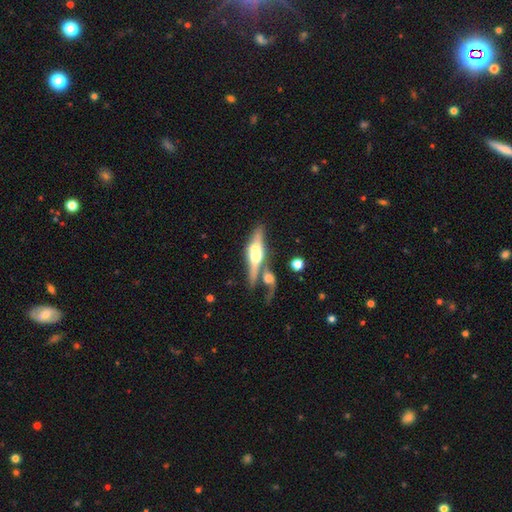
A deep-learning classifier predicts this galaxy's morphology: A featured or disk galaxy (68%) viewed edge-on (82%) with a rounded central bulge (90%).

Vote fractions:
- Smooth or featured? featured or disk: 68% / smooth: 25% / star or artifact: 7%
- Edge-on disk? yes: 82% / no: 18%
- Edge-on bulge? rounded: 90% / boxy: 6% / none: 4%
- Merging? merger: 43% / none: 35% / minor disturbance: 13% / major disturbance: 9%